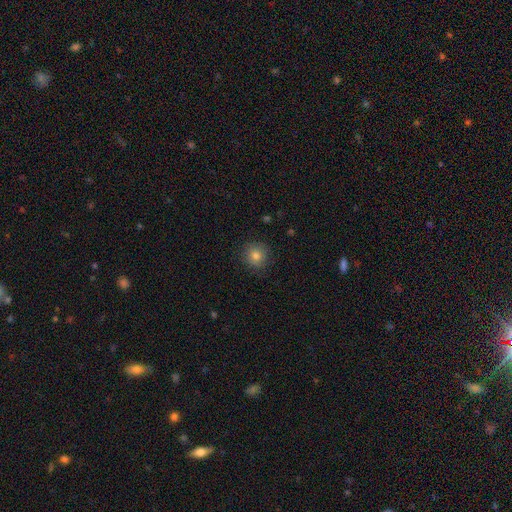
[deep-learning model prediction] Q: Smooth or featured?
A: smooth (80%); runner-up: star or artifact (12%)
Q: How rounded?
A: round (93%); runner-up: in between (7%)
Q: Merging?
A: none (89%); runner-up: minor disturbance (8%)